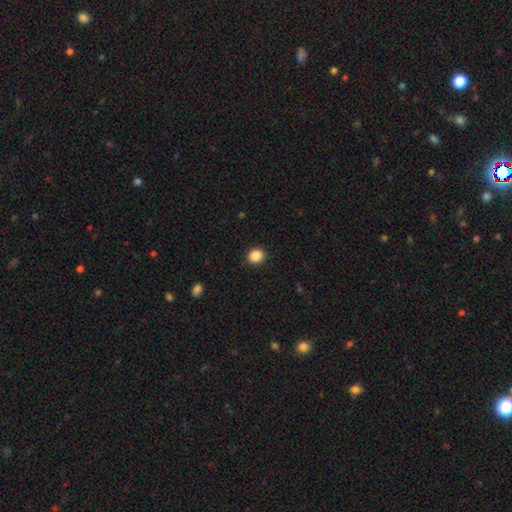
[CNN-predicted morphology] smooth-or-featured: smooth: 88% | star or artifact: 10% | featured or disk: 3%
  how-rounded: round: 81% | in between: 18% | cigar-shaped: 1%
  merging: none: 90% | minor disturbance: 7% | major disturbance: 2% | merger: 1%